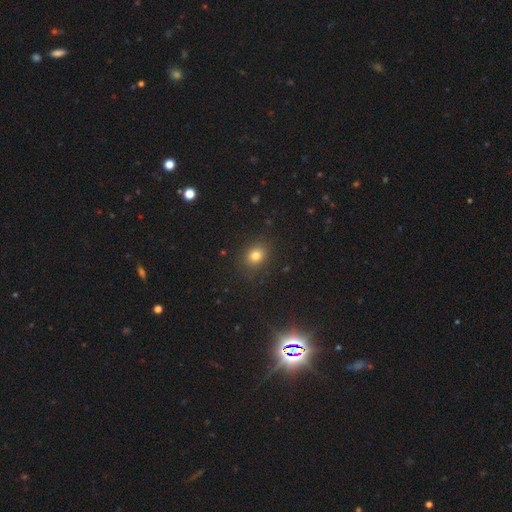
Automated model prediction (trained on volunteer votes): smooth-or-featured: smooth: 78% | star or artifact: 14% | featured or disk: 7%
  how-rounded: round: 59% | in between: 40% | cigar-shaped: 1%
  merging: none: 86% | minor disturbance: 9% | major disturbance: 3% | merger: 1%